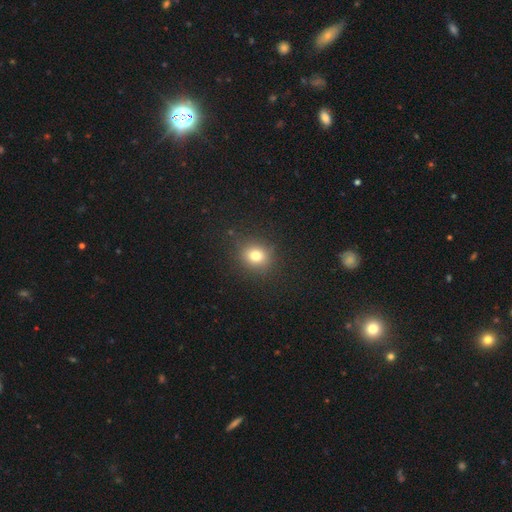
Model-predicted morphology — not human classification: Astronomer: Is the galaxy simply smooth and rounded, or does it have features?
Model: smooth — 79%.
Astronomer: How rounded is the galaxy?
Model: round — 71%.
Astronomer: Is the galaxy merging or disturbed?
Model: none — 86%.